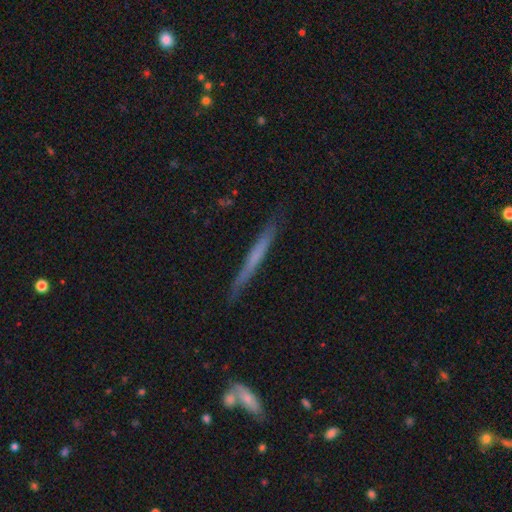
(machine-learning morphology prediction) This is possibly a smooth galaxy (47%). Merging: clearly none (86%).